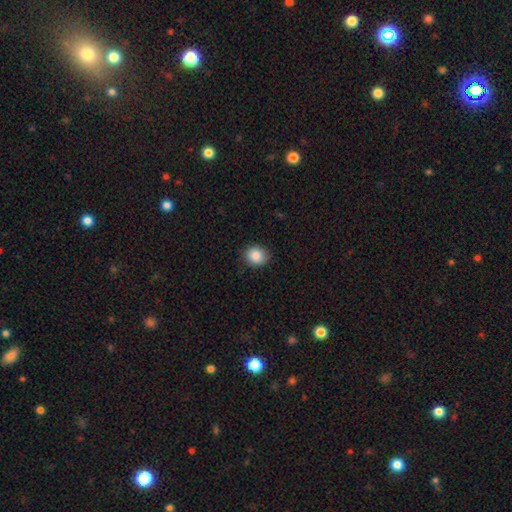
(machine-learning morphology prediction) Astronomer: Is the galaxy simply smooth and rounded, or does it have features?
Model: smooth — 87%.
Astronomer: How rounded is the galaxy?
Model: round — 74%.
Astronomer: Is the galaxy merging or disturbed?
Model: none — 86%.